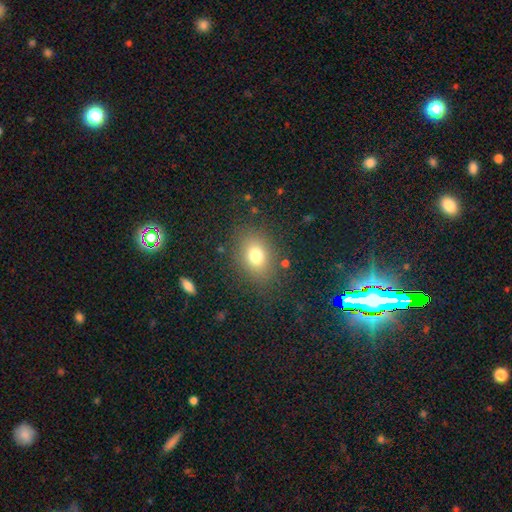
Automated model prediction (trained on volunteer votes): Morphology: type=smooth (75%); roundness=in between (62%); merging=none (83%).